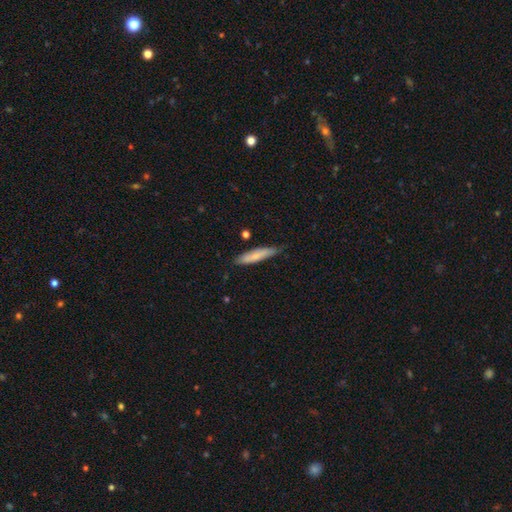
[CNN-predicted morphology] The model was most divided on "smooth or featured": smooth: 74%, featured or disk: 20%, star or artifact: 6%. More confident: how rounded — cigar-shaped (85%); merging — none (79%).